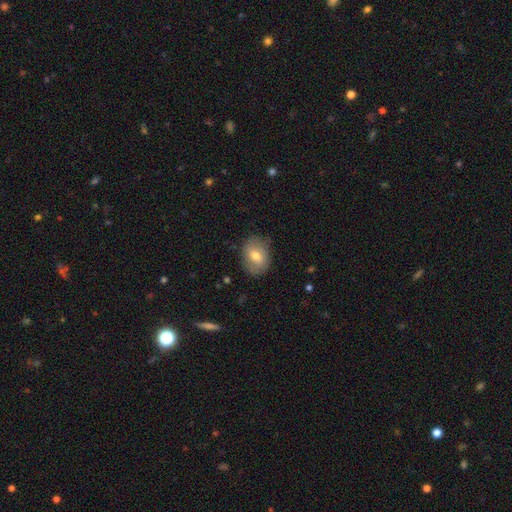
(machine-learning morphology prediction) Smooth or featured: smooth — 64% (featured or disk — 28%)
How rounded: in between — 63% (round — 36%)
Merging: none — 79% (minor disturbance — 16%)